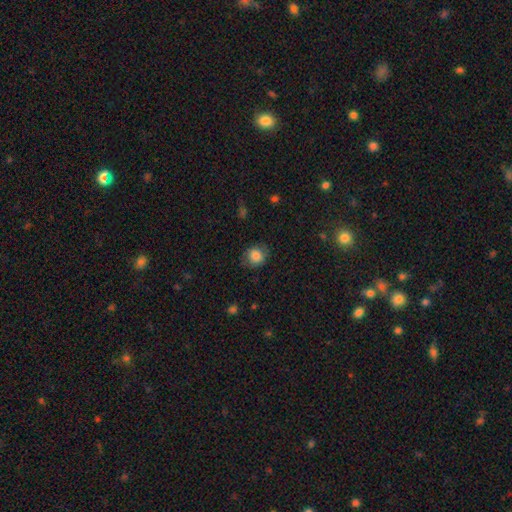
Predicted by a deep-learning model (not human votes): smooth_or_featured: smooth (p=0.81) [alt: featured or disk p=0.10]
how_rounded: round (p=0.79) [alt: in between p=0.20]
merging: none (p=0.75) [alt: minor disturbance p=0.18]